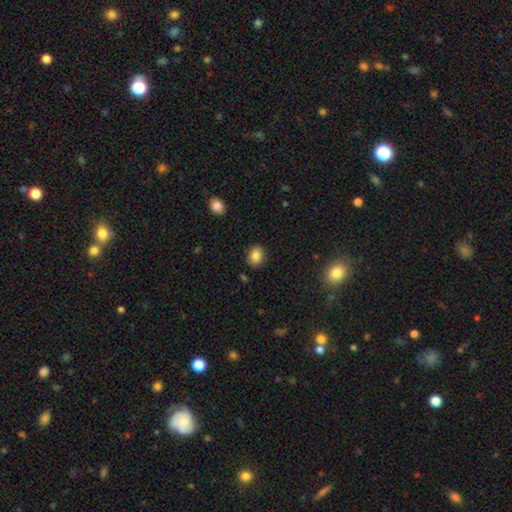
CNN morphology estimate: smooth_or_featured: smooth (p=0.84) [alt: star or artifact p=0.09]
how_rounded: round (p=0.58) [alt: in between p=0.41]
merging: none (p=0.87) [alt: minor disturbance p=0.10]